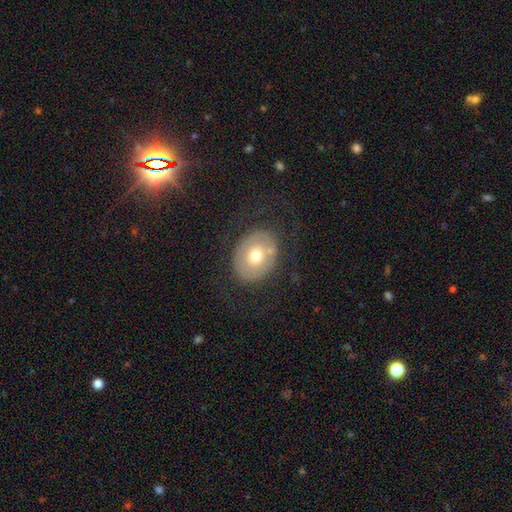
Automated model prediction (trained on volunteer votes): Overall: smooth (54%; featured or disk 38%). How rounded: in between (55%; round 44%). Merging: none (74%).